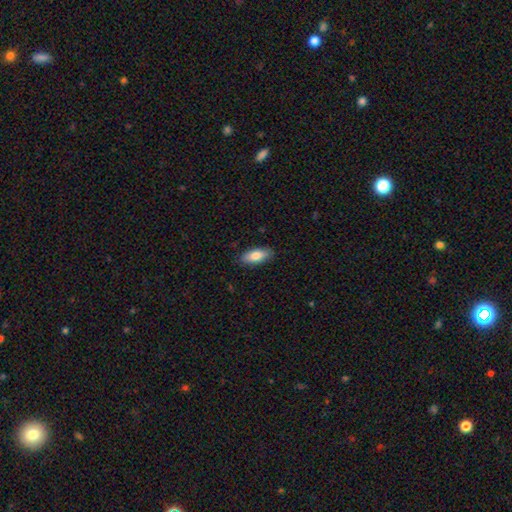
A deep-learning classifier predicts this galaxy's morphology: A smooth galaxy with no disk features (82%) that is in between round and cigar-shaped (82%). Merging: none (87%).